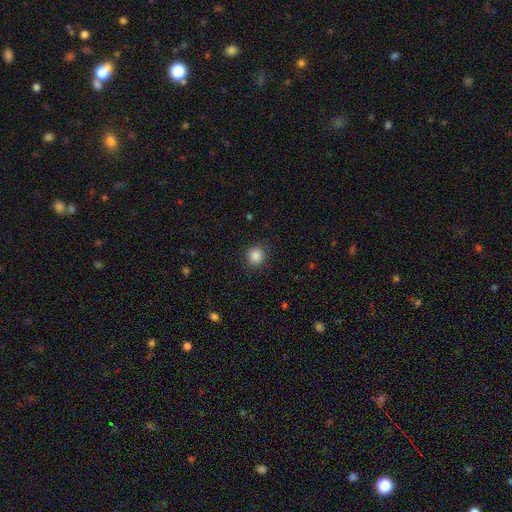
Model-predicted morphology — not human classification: Overall: smooth (86%). How rounded: round (91%). Merging: none (88%).